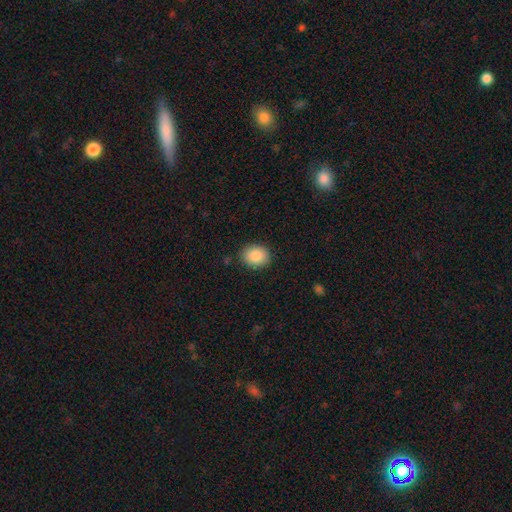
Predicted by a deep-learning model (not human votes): A smooth galaxy with no disk features (88%) that is round (55%).

Vote fractions:
- Smooth or featured? smooth: 88% / star or artifact: 8% / featured or disk: 5%
- How rounded? round: 55% / in between: 44% / cigar-shaped: 1%
- Merging? none: 87% / minor disturbance: 10% / major disturbance: 2% / merger: 1%